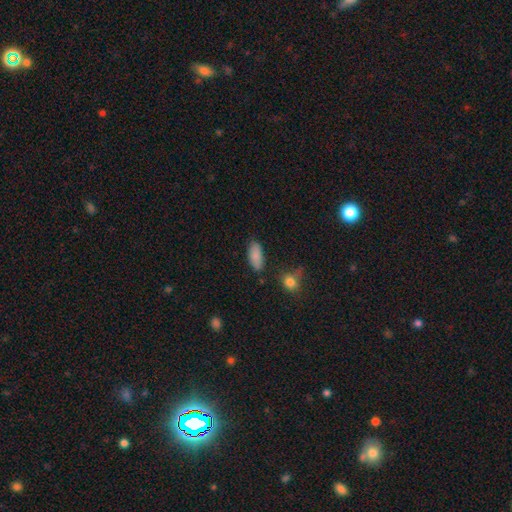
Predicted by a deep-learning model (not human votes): A smooth galaxy with no disk features (86%) that is in between round and cigar-shaped (88%).

Vote fractions:
- Smooth or featured? smooth: 86% / star or artifact: 7% / featured or disk: 7%
- How rounded? in between: 88% / cigar-shaped: 10% / round: 3%
- Merging? none: 78% / minor disturbance: 15% / merger: 4% / major disturbance: 3%